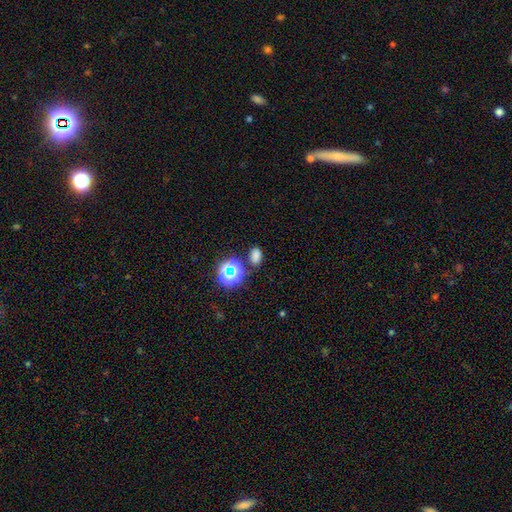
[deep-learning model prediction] Smooth or featured: smooth — 70% (star or artifact — 24%)
How rounded: in between — 78% (round — 20%)
Merging: none — 78% (minor disturbance — 11%)